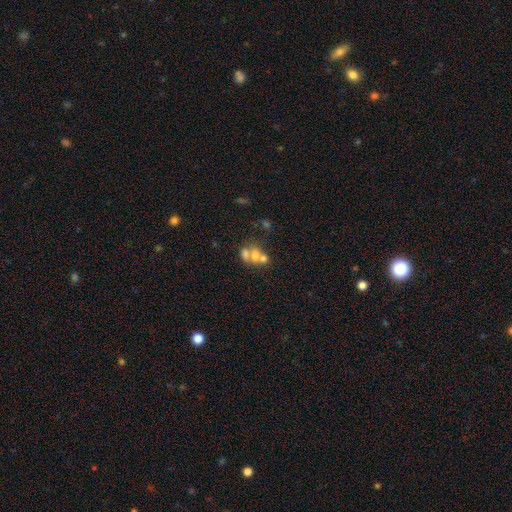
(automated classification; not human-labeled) Morphology: type=smooth (56%); roundness=in between (53%); merging=merger (61%).